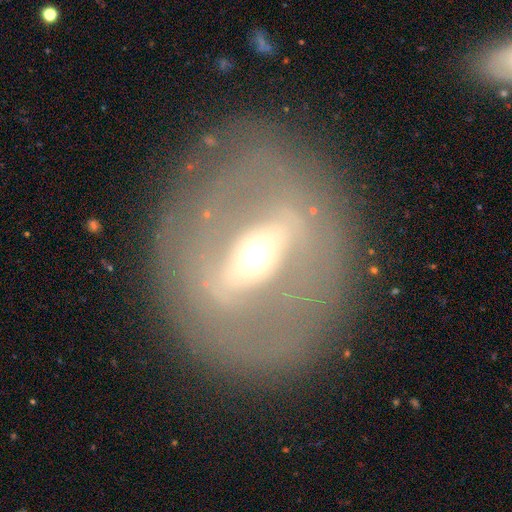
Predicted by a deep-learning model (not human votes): Q: Smooth or featured?
A: featured or disk (73%); runner-up: smooth (19%)
Q: Edge-on disk?
A: no (79%); runner-up: yes (21%)
Q: Bar?
A: strong (66%); runner-up: weak (22%)
Q: Spiral arms?
A: no (77%); runner-up: yes (23%)
Q: Bulge size?
A: moderate (53%); runner-up: small (36%)
Q: Merging?
A: none (80%); runner-up: minor disturbance (11%)